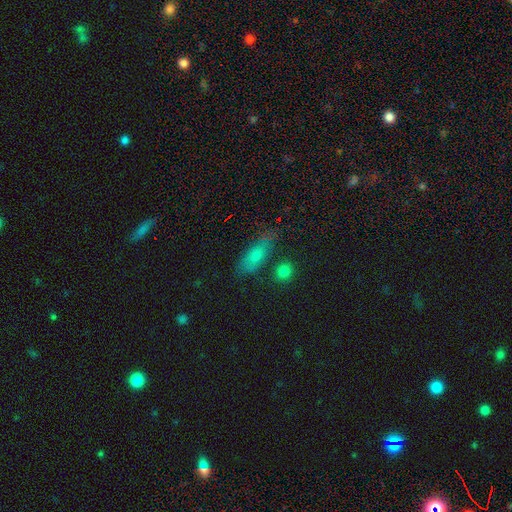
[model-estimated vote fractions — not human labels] This is likely a smooth galaxy (71%). How rounded: likely in between (64%). Merging: likely none (67%).